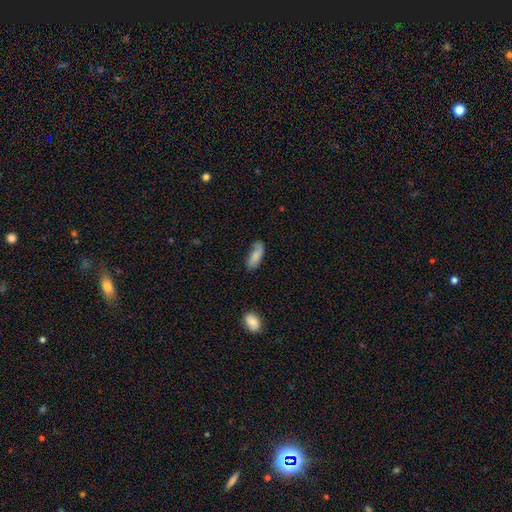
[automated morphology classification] This appears to be a smooth galaxy with no disk features (75%) that is in between round and cigar-shaped (78%). Merging: none (64%).